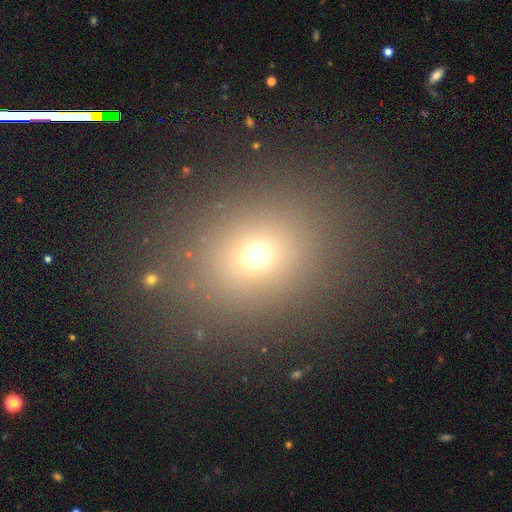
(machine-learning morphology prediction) The model was most divided on "how rounded": round: 63%, in between: 36%, cigar-shaped: 1%. More confident: merging — none (86%); smooth or featured — smooth (67%).